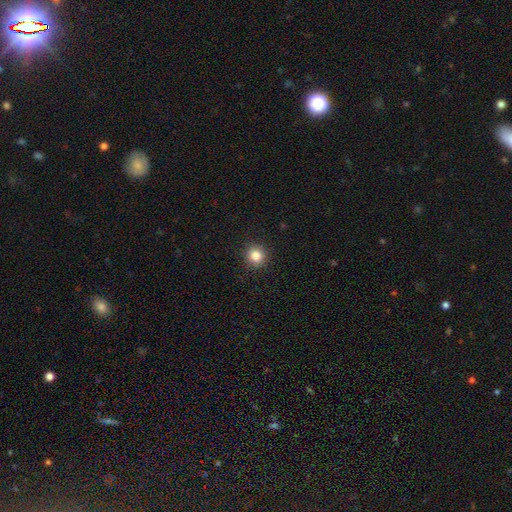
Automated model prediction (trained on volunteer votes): Q: Smooth or featured?
A: smooth (84%); runner-up: star or artifact (11%)
Q: How rounded?
A: round (91%); runner-up: in between (8%)
Q: Merging?
A: none (92%); runner-up: minor disturbance (6%)